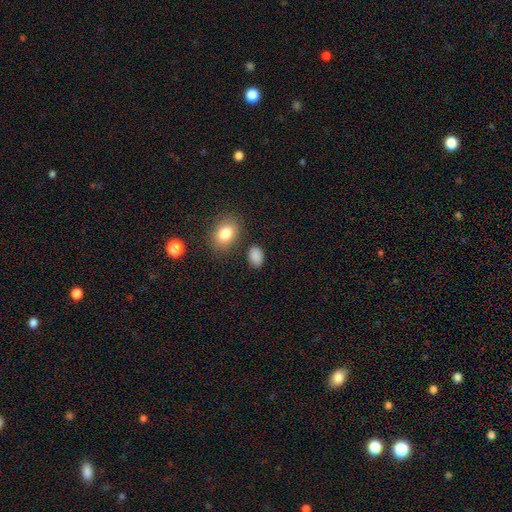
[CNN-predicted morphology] This appears to be a smooth galaxy with no disk features (87%) that is in between round and cigar-shaped (82%). Merging: none (81%).